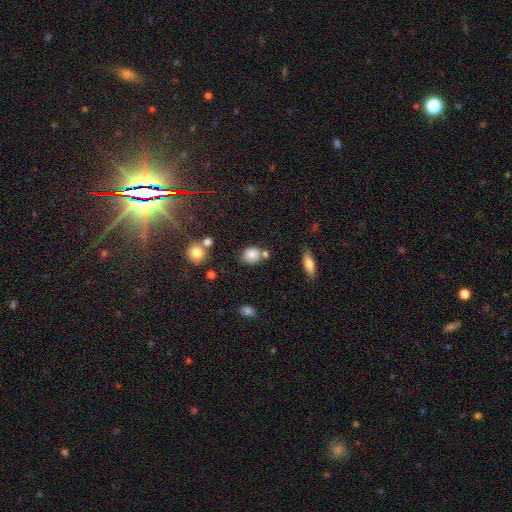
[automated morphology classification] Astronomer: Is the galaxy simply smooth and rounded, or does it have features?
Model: smooth — 82%.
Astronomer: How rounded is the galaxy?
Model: round — 58% (runner-up: in between, 40%).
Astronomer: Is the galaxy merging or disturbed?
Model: none — 64%.